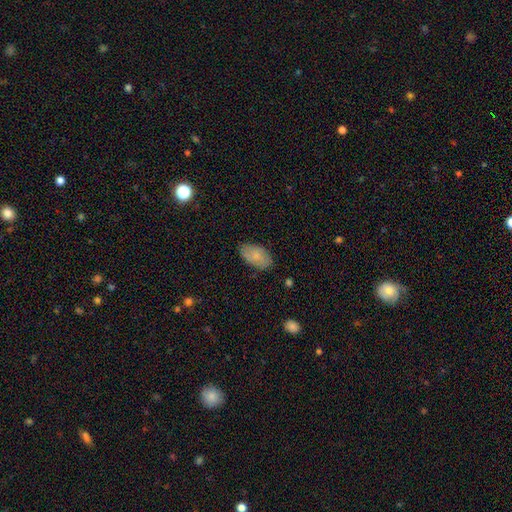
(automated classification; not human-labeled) smooth-or-featured: smooth: 77% | featured or disk: 16% | star or artifact: 7%
  how-rounded: in between: 94% | round: 4% | cigar-shaped: 2%
  merging: none: 79% | minor disturbance: 16% | major disturbance: 3% | merger: 1%